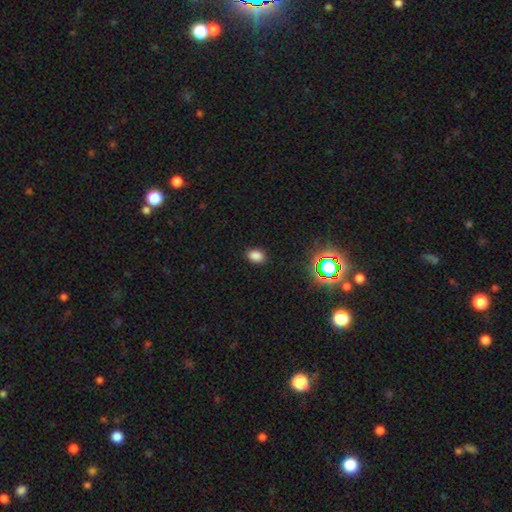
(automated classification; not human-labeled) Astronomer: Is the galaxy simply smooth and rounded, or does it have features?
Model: smooth — 81%.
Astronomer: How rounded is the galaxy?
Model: in between — 80%.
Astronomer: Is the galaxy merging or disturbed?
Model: none — 87%.